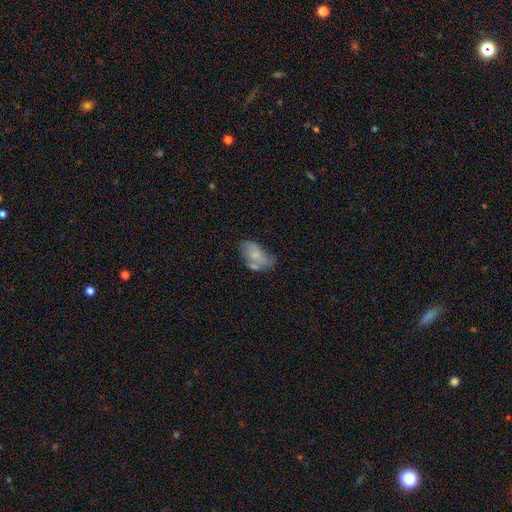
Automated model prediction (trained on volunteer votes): Smooth or featured: smooth — 59% (featured or disk — 33%)
How rounded: in between — 91% (round — 7%)
Merging: none — 35% (minor disturbance — 27%)